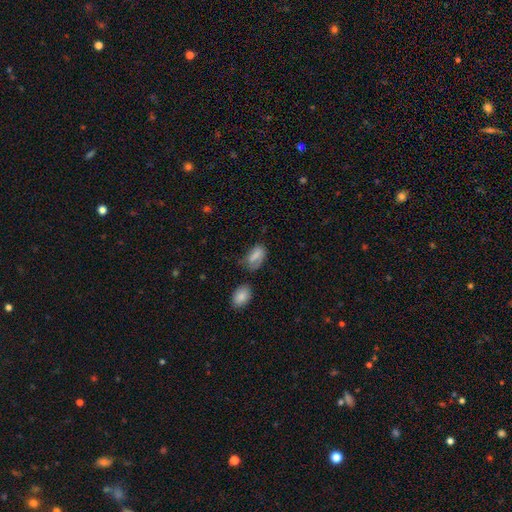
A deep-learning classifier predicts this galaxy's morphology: The model was most divided on "merging": none: 45%, minor disturbance: 32%, major disturbance: 15%, merger: 8%. More confident: how rounded — in between (89%); smooth or featured — smooth (77%).